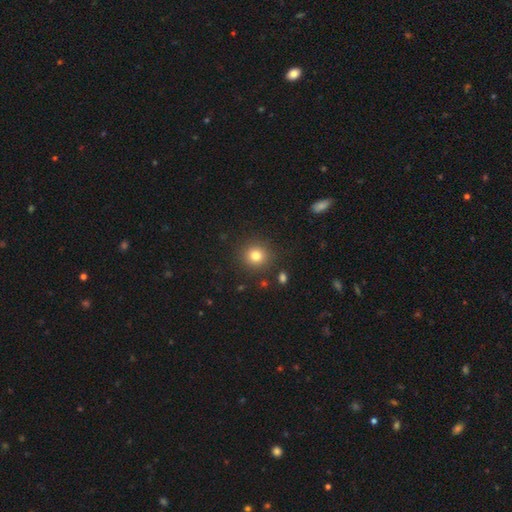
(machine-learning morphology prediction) smooth-or-featured: smooth: 80% | star or artifact: 12% | featured or disk: 7%
  how-rounded: round: 92% | in between: 7% | cigar-shaped: 1%
  merging: none: 89% | minor disturbance: 6% | major disturbance: 3% | merger: 2%